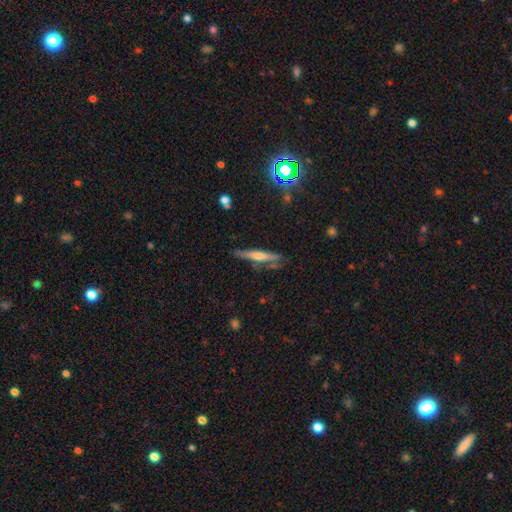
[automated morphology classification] A featured or disk galaxy (59%) viewed edge-on (93%) with a rounded central bulge (72%). Merging: none (79%).